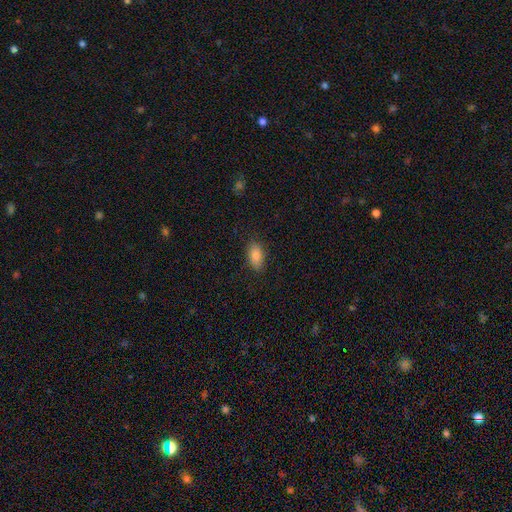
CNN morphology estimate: Smooth or featured: smooth — 87% (star or artifact — 8%)
How rounded: in between — 91% (round — 5%)
Merging: none — 84% (minor disturbance — 12%)